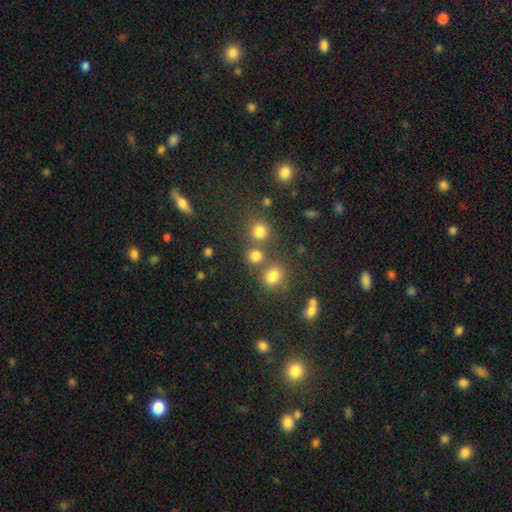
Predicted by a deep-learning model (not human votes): This appears to be a smooth galaxy with no disk features (77%) that is round (83%). Merging: none (61%).